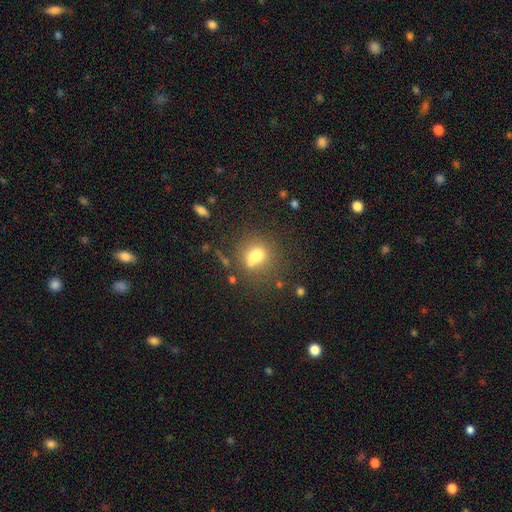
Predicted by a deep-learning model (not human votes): Smooth or featured: smooth — 65% (featured or disk — 19%)
How rounded: round — 68% (in between — 30%)
Merging: none — 41% (merger — 32%)